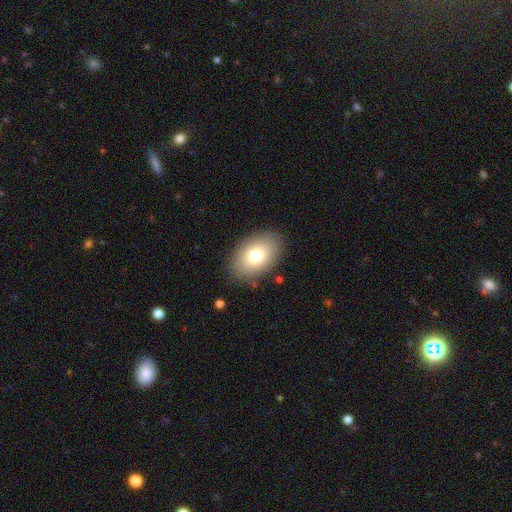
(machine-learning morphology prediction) smooth 75%, featured or disk 15%, star or artifact 9%. Down the decision tree: how rounded — in between (86%); merging — none (86%).